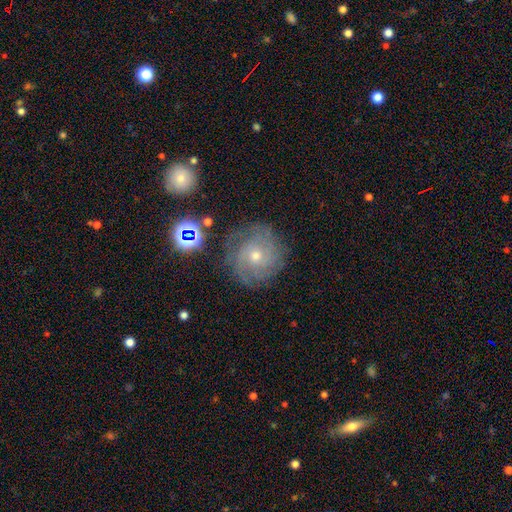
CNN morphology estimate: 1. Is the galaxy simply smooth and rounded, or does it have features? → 73% featured or disk, 15% smooth, 12% star or artifact.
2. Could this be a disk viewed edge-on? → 97% no, 3% yes.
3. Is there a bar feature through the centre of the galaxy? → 78% no, 18% weak, 3% strong.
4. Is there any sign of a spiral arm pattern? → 93% yes, 7% no.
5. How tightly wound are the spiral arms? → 70% tight, 24% medium, 6% loose.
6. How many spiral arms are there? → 34% can't tell, 24% 3, 15% 2, 13% 4, 7% more than 4, 6% 1.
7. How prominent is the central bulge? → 49% moderate, 47% small, 2% large, 1% none, 1% dominant.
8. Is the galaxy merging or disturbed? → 79% none, 13% minor disturbance, 6% major disturbance, 2% merger.